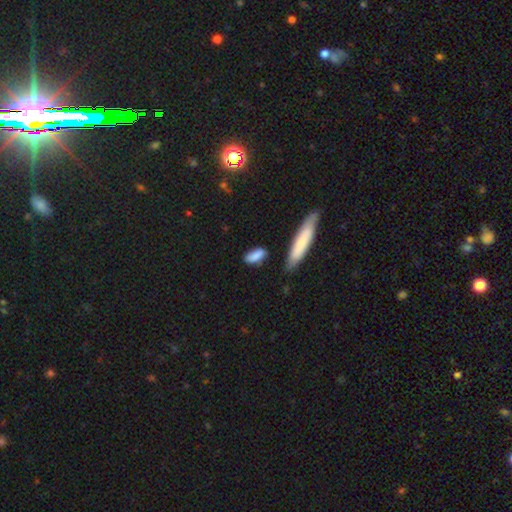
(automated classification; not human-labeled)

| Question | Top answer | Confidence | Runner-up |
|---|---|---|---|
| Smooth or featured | smooth | 84% | featured or disk (10%) |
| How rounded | in between | 68% | cigar-shaped (29%) |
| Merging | none | 74% | minor disturbance (17%) |